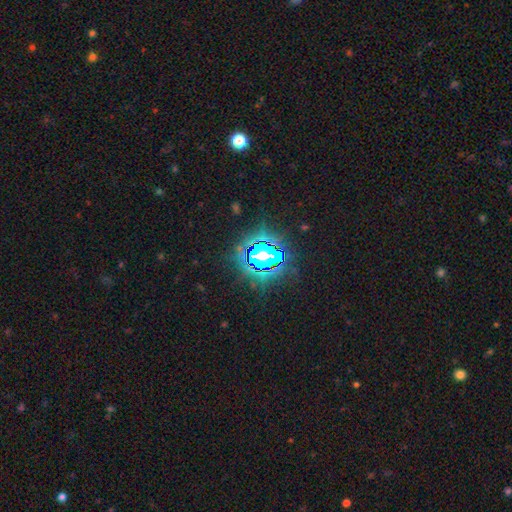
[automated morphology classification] Smooth or featured? star or artifact (81%)